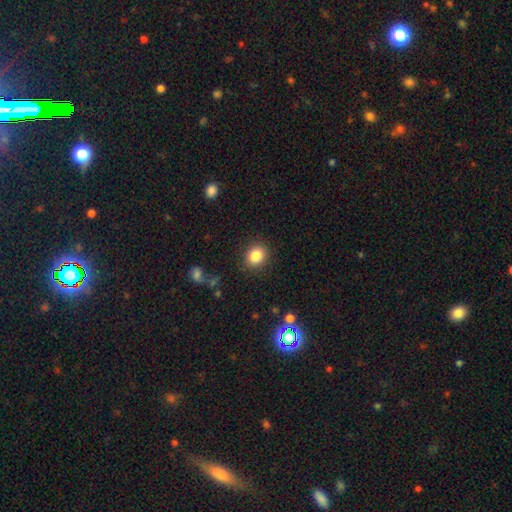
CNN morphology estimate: This is clearly a smooth galaxy (85%). How rounded: likely round (64%). Merging: clearly none (87%).